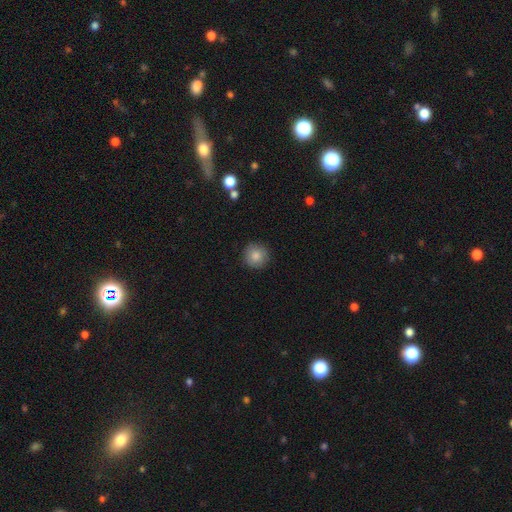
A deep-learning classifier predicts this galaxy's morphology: A smooth galaxy with no disk features (84%) that is round (95%). Merging: none (90%).